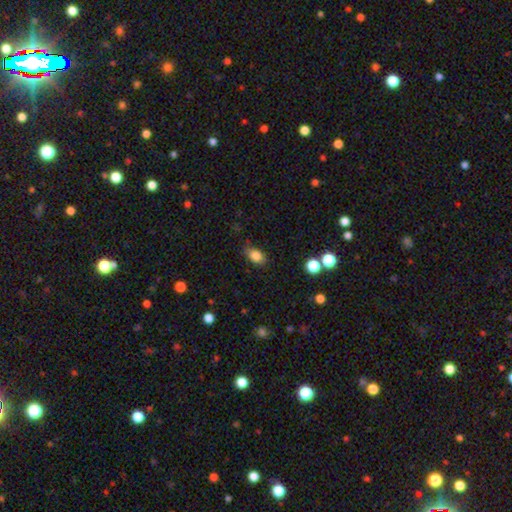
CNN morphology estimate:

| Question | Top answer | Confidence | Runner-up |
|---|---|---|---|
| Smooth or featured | smooth | 83% | star or artifact (10%) |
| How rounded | in between | 83% | round (15%) |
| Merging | none | 76% | minor disturbance (18%) |